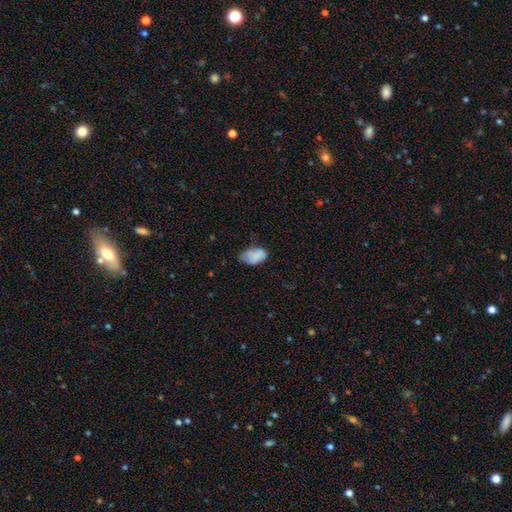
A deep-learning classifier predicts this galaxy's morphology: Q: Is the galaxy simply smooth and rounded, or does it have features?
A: smooth — 78%.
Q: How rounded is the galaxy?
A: in between — 91%.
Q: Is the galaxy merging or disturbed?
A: none — 44%.